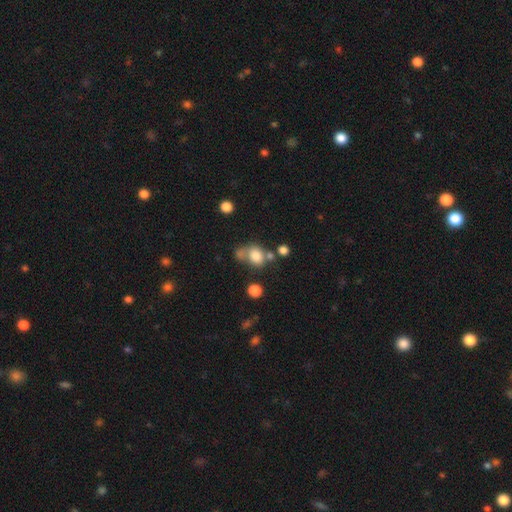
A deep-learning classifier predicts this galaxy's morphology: Smooth or featured? Predicted: smooth (p=0.78). How rounded? Predicted: round (p=0.57). Merging? Predicted: none (p=0.38).